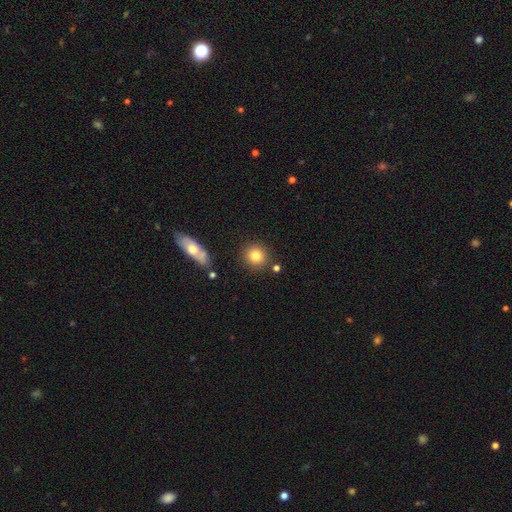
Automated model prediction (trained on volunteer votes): smooth 82%, star or artifact 9%, featured or disk 9%. Down the decision tree: how rounded — round (91%); merging — none (83%).